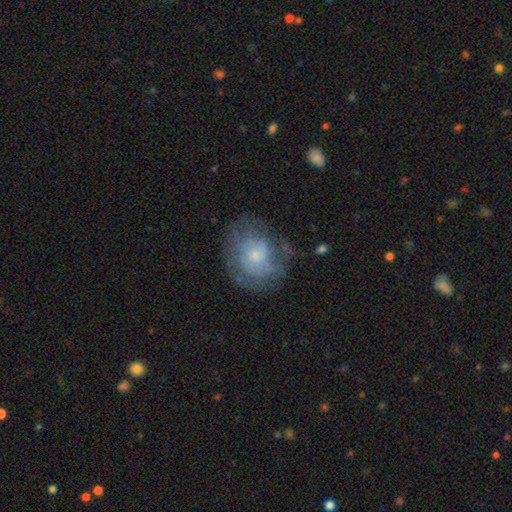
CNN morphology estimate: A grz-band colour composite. It shows a featured or disk galaxy (55%) with no bar (81%), spiral arms (64%) and a small central bulge (70%). Merging: none (59%).